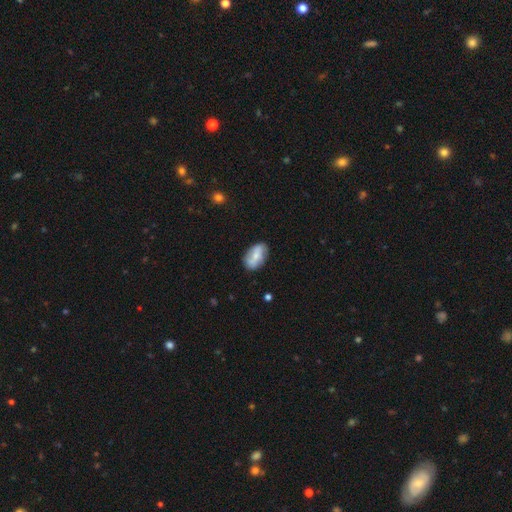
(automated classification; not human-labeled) smooth_or_featured: smooth (p=0.55) [alt: featured or disk p=0.38]
how_rounded: in between (p=0.89) [alt: round p=0.07]
merging: none (p=0.72) [alt: minor disturbance p=0.20]